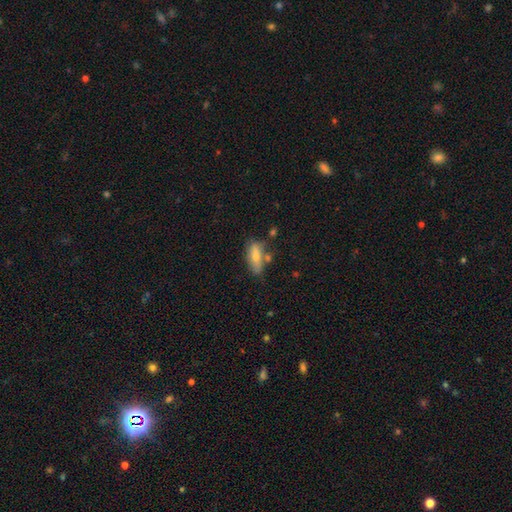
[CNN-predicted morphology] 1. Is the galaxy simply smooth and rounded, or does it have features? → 70% smooth, 22% featured or disk, 7% star or artifact.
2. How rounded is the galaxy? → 71% in between, 26% cigar-shaped, 3% round.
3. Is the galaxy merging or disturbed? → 58% none, 23% minor disturbance, 12% merger, 7% major disturbance.